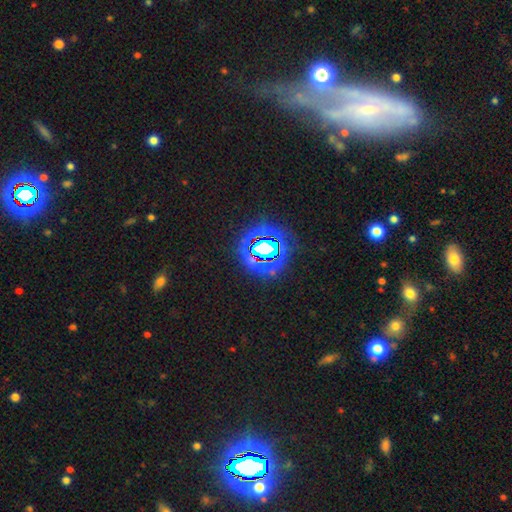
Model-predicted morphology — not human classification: The model was most divided on "smooth or featured": star or artifact: 78%, smooth: 13%, featured or disk: 8%.